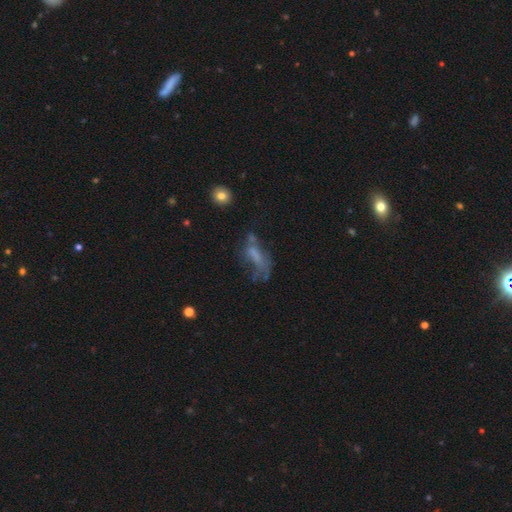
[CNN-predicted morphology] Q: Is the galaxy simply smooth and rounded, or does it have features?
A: smooth — 43%.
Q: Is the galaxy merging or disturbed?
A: major disturbance — 40%.